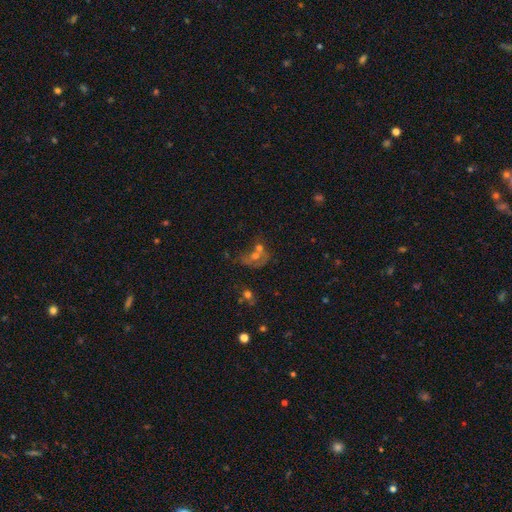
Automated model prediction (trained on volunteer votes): Smooth or featured? featured or disk (39%)
Merging? merger (45%)